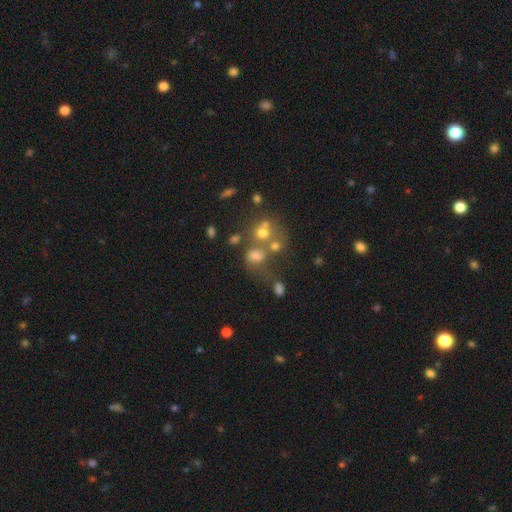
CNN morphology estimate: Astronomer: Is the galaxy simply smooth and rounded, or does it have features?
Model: smooth — 61%.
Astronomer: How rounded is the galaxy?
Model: round — 55% (runner-up: in between, 43%).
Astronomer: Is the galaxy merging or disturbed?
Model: merger — 38% (runner-up: none, 34%).